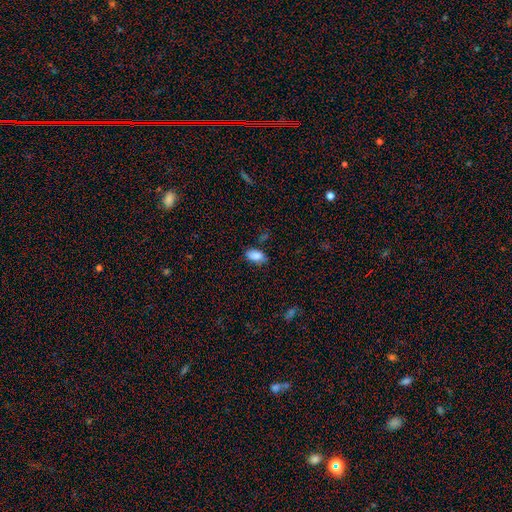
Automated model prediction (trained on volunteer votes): Smooth or featured: smooth — 86% (star or artifact — 8%)
How rounded: in between — 92% (round — 5%)
Merging: none — 72% (minor disturbance — 21%)